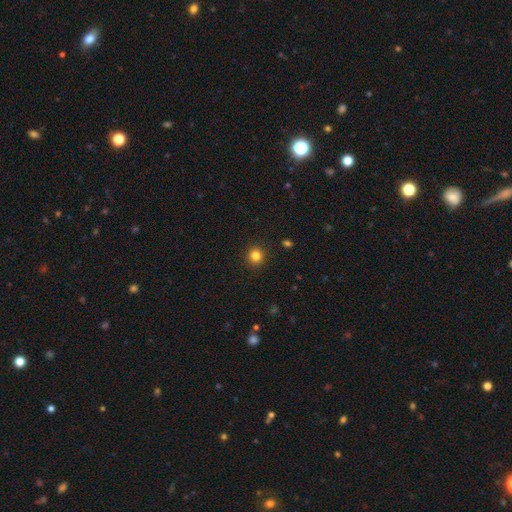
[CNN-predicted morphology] smooth 82%, star or artifact 13%, featured or disk 5%. Down the decision tree: how rounded — round (92%); merging — none (92%).